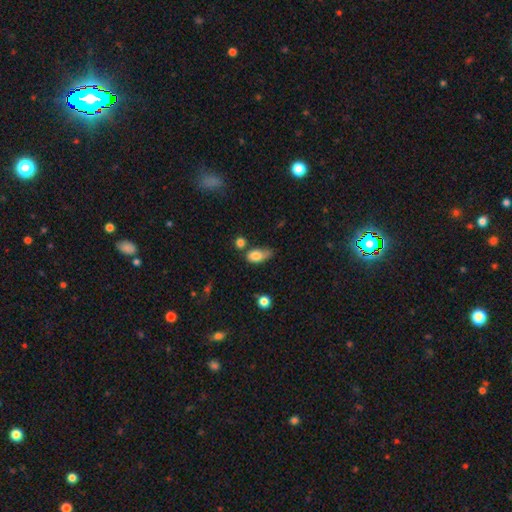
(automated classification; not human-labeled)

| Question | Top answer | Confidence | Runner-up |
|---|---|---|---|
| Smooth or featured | smooth | 79% | featured or disk (12%) |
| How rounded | in between | 84% | round (11%) |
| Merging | minor disturbance | 37% | none (31%) |